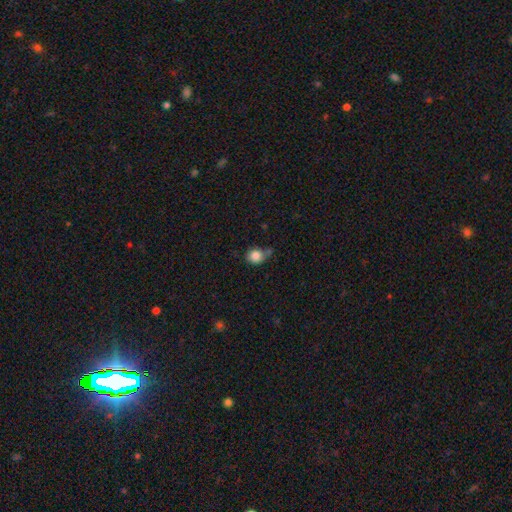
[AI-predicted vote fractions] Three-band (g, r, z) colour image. It shows a smooth galaxy with no disk features (84%) that is round (79%). Merging: none (52%).